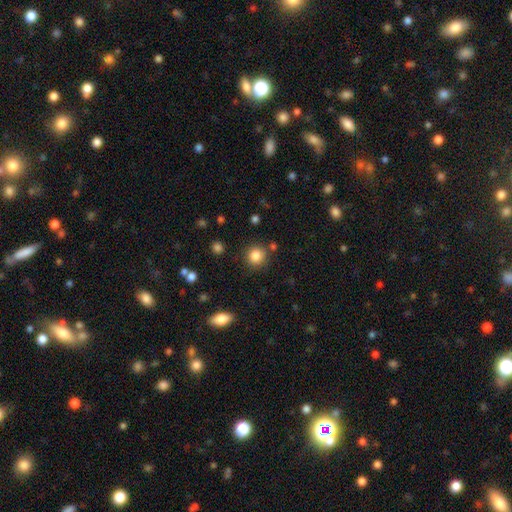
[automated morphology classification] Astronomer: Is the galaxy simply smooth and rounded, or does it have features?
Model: smooth — 85%.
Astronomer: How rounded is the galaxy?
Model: round — 92%.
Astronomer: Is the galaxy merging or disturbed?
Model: none — 86%.